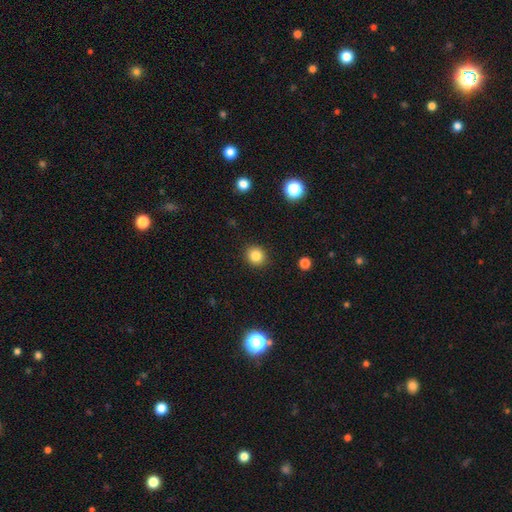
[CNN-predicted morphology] This is clearly a smooth galaxy (84%). How rounded: clearly round (87%). Merging: clearly none (91%).